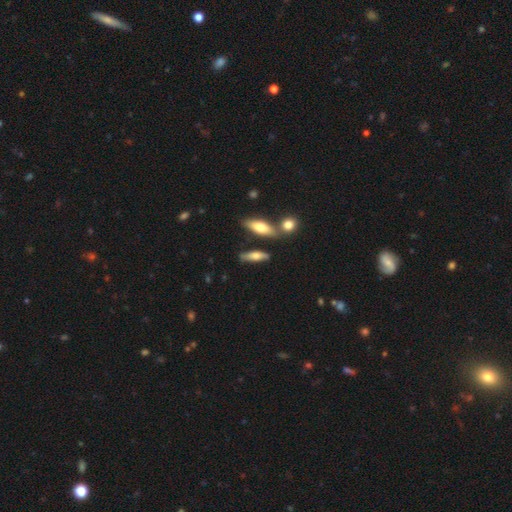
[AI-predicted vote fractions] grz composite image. It shows a smooth galaxy with no disk features (62%) that is cigar-shaped (56%). Merging: none (69%).